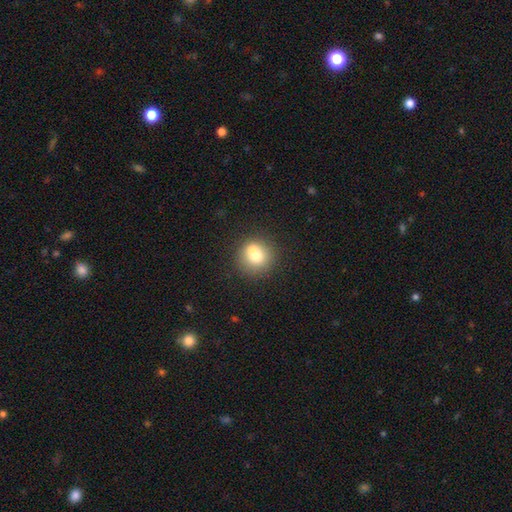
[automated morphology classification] Smooth or featured? Predicted: smooth (p=0.67). How rounded? Predicted: round (p=0.87). Merging? Predicted: none (p=0.46).